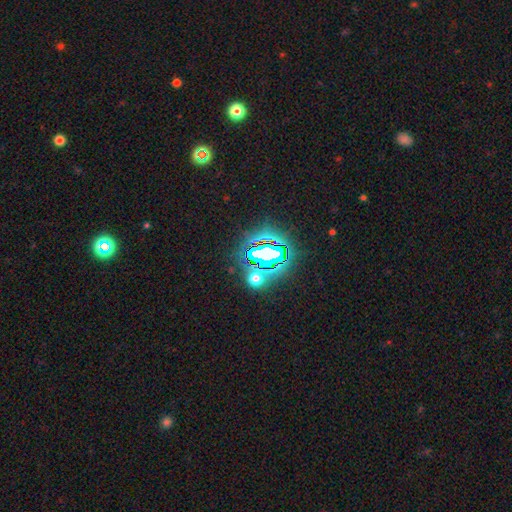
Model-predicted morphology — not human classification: star or artifact 75%, smooth 15%, featured or disk 10%.